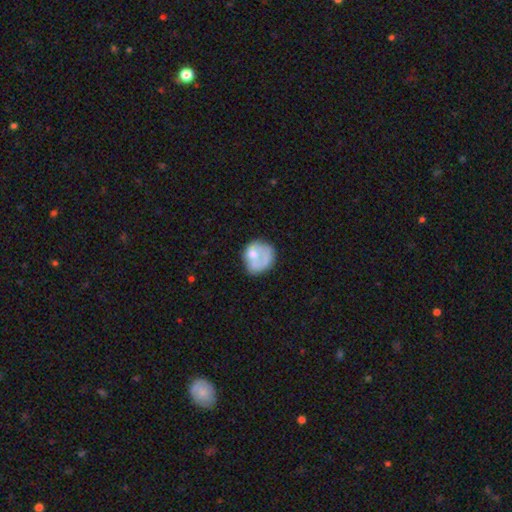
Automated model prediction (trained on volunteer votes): Smooth or featured: smooth — 57% (featured or disk — 36%)
How rounded: round — 66% (in between — 33%)
Merging: none — 40% (minor disturbance — 25%)